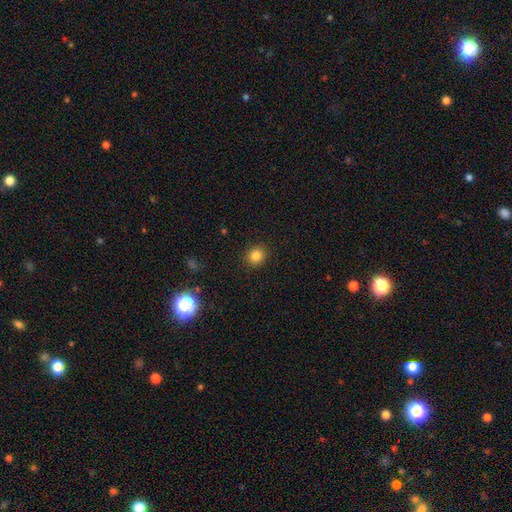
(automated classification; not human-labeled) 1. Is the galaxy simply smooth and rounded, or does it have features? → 83% smooth, 12% star or artifact, 5% featured or disk.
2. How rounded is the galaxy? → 86% round, 13% in between, 1% cigar-shaped.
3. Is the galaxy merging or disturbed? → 91% none, 6% minor disturbance, 2% major disturbance, 1% merger.